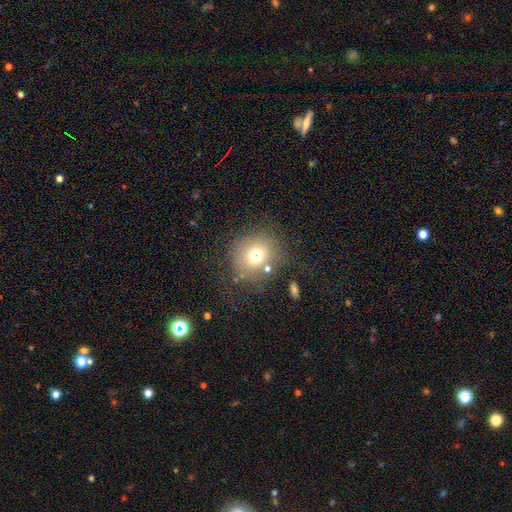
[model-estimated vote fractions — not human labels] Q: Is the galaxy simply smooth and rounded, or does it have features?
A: smooth — 67%.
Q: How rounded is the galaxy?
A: round — 85%.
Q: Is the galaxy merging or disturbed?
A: none — 66%.